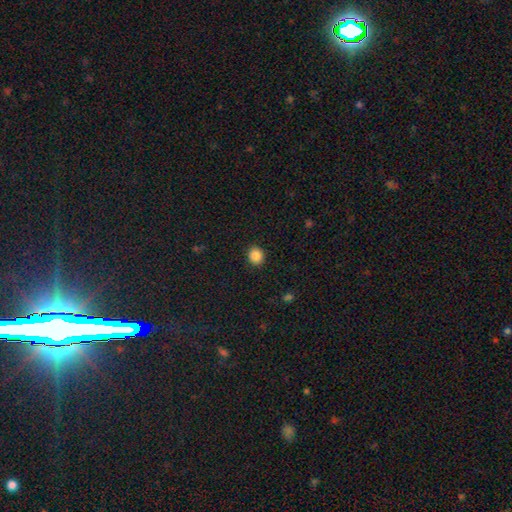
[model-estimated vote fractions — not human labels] The model was most divided on "how rounded": round: 72%, in between: 27%, cigar-shaped: 1%. More confident: merging — none (91%); smooth or featured — smooth (87%).